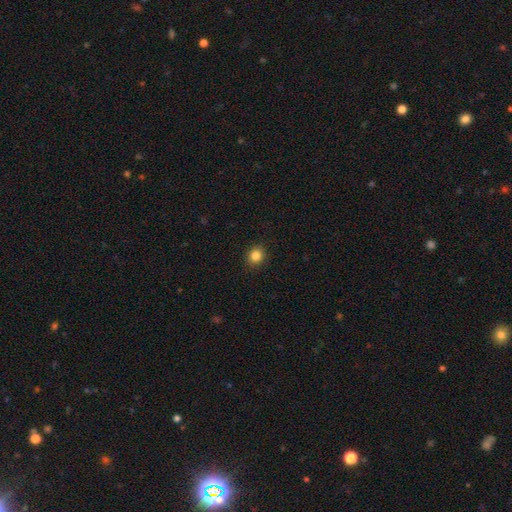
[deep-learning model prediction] Smooth or featured?
  - smooth: 84% *
  - star or artifact: 11%
  - featured or disk: 4%
How rounded?
  - round: 80% *
  - in between: 19%
  - cigar-shaped: 1%
Merging?
  - none: 91% *
  - minor disturbance: 6%
  - major disturbance: 2%
  - merger: 1%